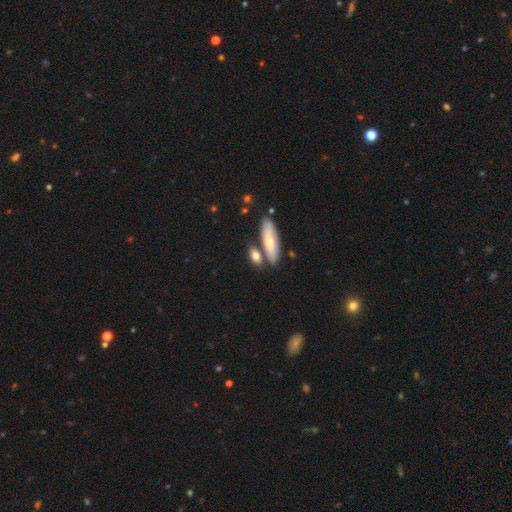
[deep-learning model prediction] A smooth galaxy with no disk features (76%) that is in between round and cigar-shaped (58%). Merging: none (61%).